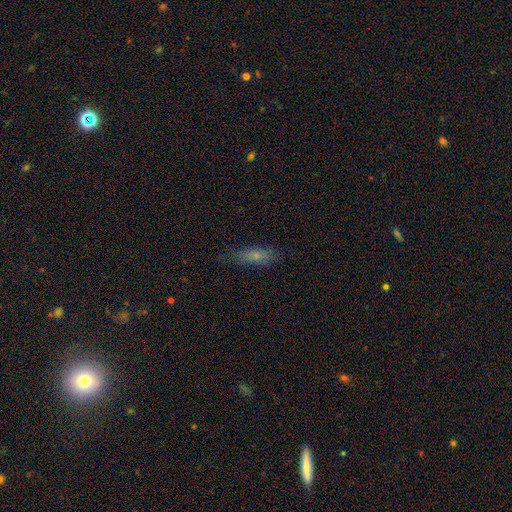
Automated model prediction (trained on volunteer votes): Overall: smooth (67%). How rounded: in between (51%; cigar-shaped 46%). Merging: none (71%).